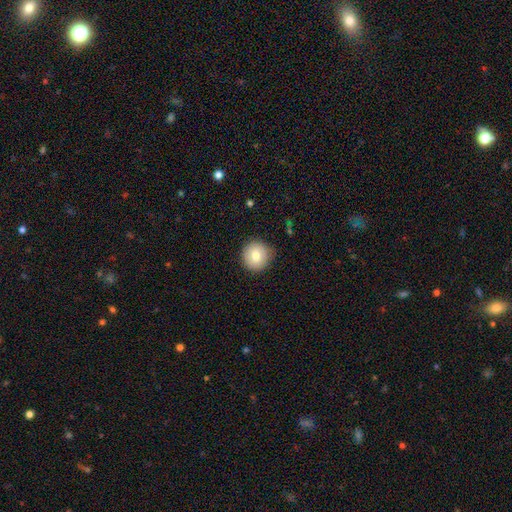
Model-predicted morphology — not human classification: Smooth or featured? Predicted: smooth (p=0.78). How rounded? Predicted: round (p=0.93). Merging? Predicted: none (p=0.85).